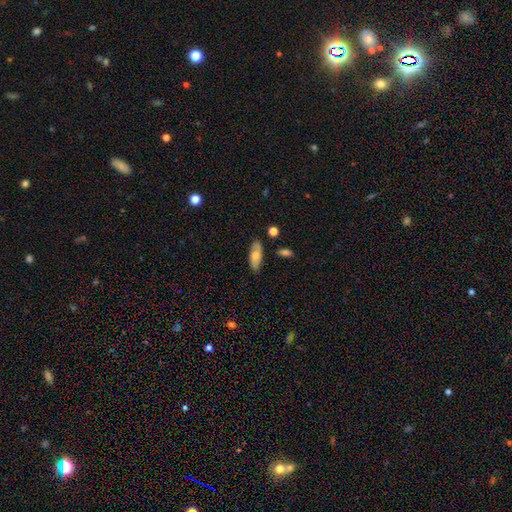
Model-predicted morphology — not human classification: Q: Smooth or featured?
A: smooth (69%); runner-up: featured or disk (24%)
Q: How rounded?
A: in between (79%); runner-up: cigar-shaped (18%)
Q: Merging?
A: none (78%); runner-up: minor disturbance (16%)